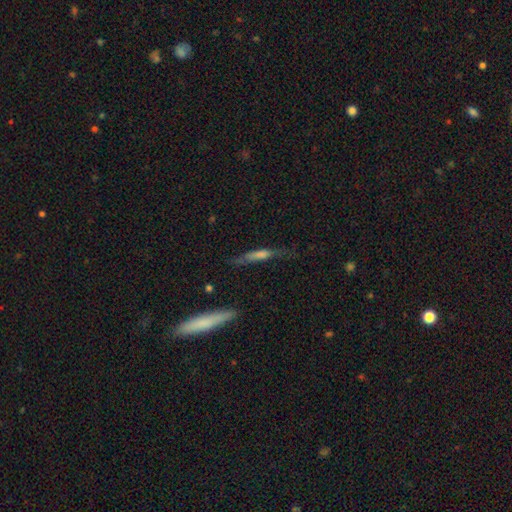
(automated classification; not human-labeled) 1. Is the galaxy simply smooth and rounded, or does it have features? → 49% featured or disk, 40% smooth, 10% star or artifact.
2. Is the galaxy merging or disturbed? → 73% none, 18% minor disturbance, 6% major disturbance, 3% merger.